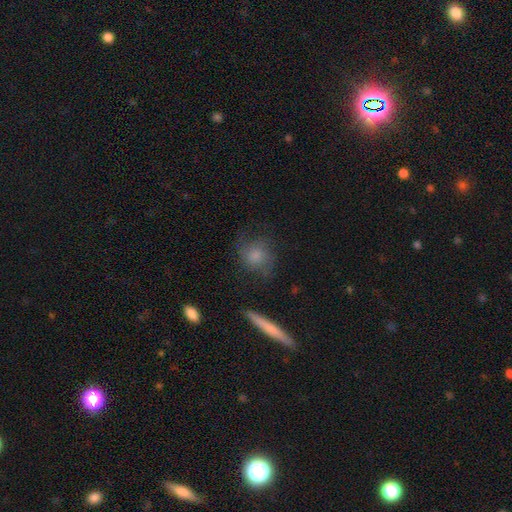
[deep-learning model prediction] Morphology: type=smooth (64%); roundness=round (77%); merging=none (66%).